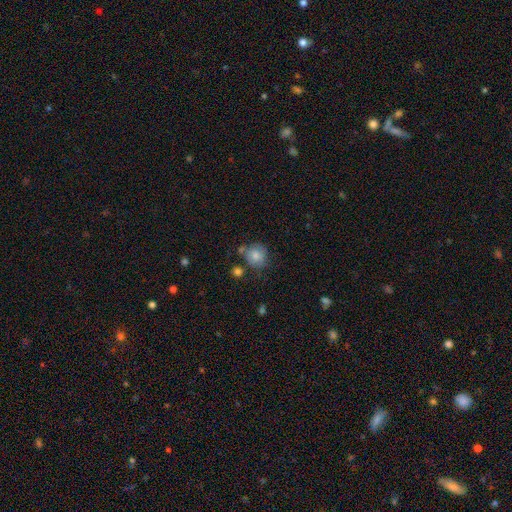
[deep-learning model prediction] This is likely a smooth galaxy (78%). How rounded: clearly round (85%). Merging: likely none (63%).